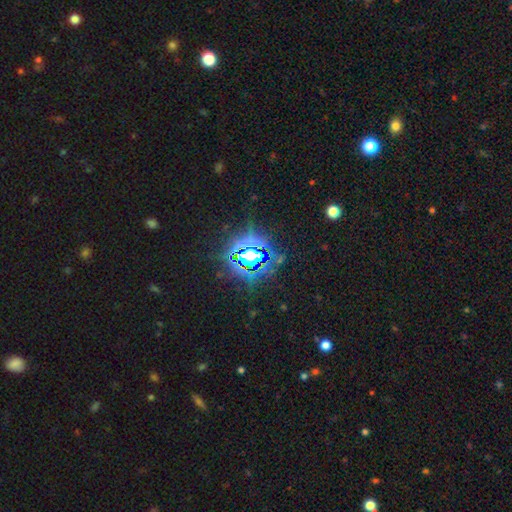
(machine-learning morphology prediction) Smooth or featured: star or artifact — 78% (smooth — 13%)